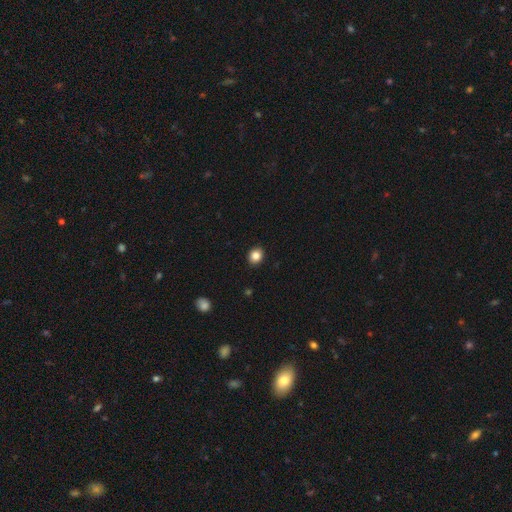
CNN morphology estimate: A smooth galaxy with no disk features (85%) that is round (66%). Merging: none (91%).